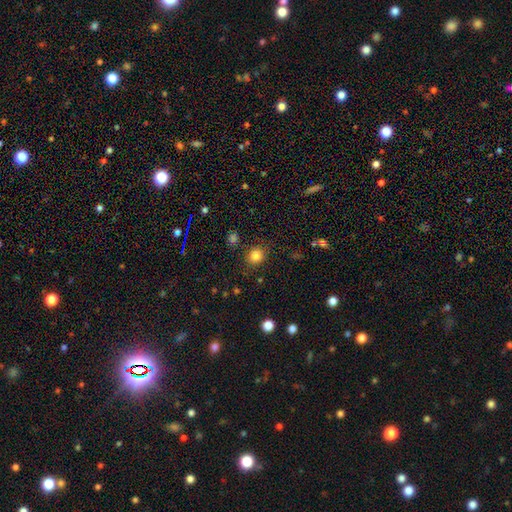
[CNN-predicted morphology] This appears to be a smooth galaxy with no disk features (82%) that is round (78%). Merging: none (83%).